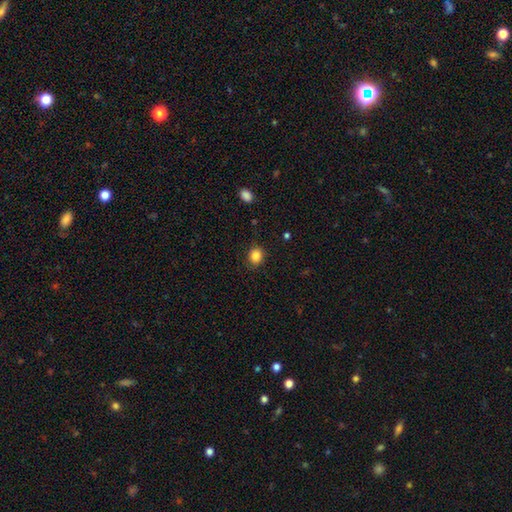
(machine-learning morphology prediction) A smooth galaxy with no disk features (86%) that is round (69%). Merging: none (85%).